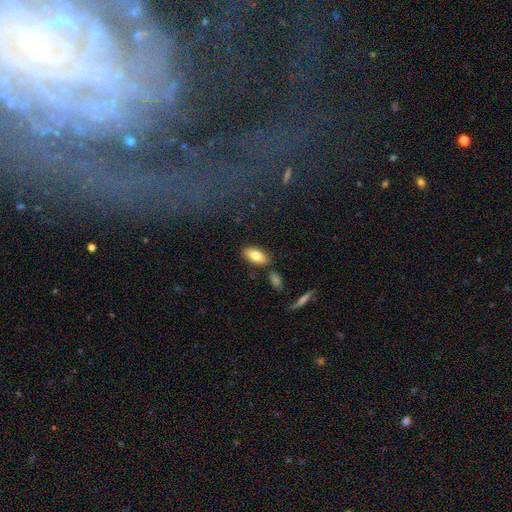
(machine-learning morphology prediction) Smooth or featured: smooth — 80% (featured or disk — 13%)
How rounded: in between — 91% (cigar-shaped — 7%)
Merging: none — 83% (minor disturbance — 10%)